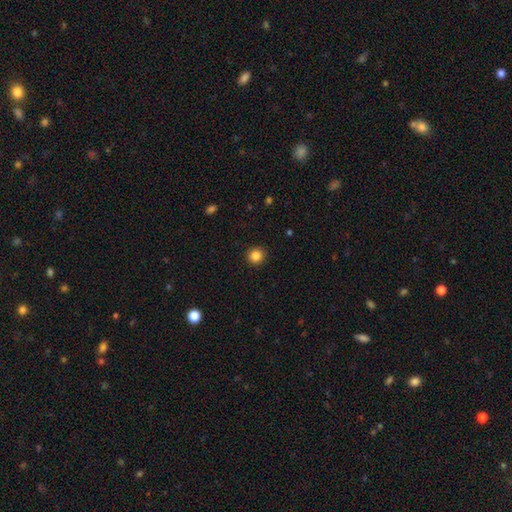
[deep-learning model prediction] smooth_or_featured: smooth (p=0.86) [alt: star or artifact p=0.11]
how_rounded: round (p=0.94) [alt: in between p=0.05]
merging: none (p=0.92) [alt: minor disturbance p=0.05]